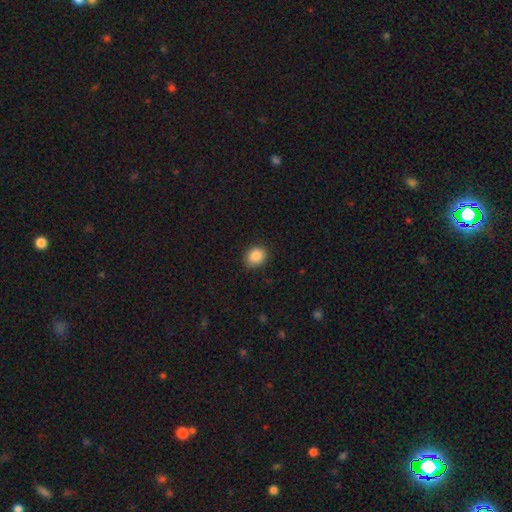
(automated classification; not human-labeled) A smooth galaxy with no disk features (87%) that is round (63%). Merging: none (86%).